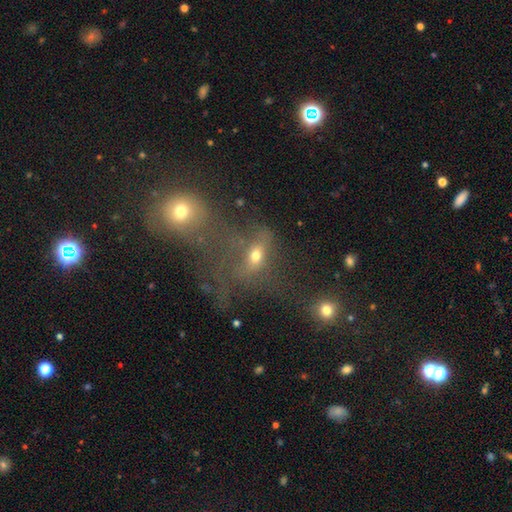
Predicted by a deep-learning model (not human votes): Q: Smooth or featured?
A: smooth (46%); runner-up: featured or disk (30%)
Q: Merging?
A: merger (35%); runner-up: none (30%)